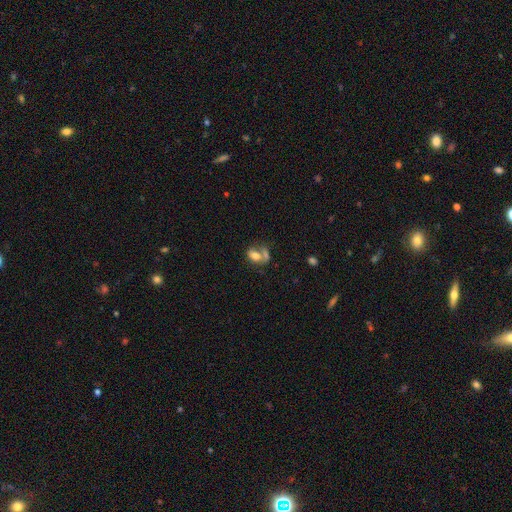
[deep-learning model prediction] smooth_or_featured: smooth (p=0.64) [alt: featured or disk p=0.26]
how_rounded: in between (p=0.73) [alt: round p=0.24]
merging: merger (p=0.43) [alt: none p=0.33]